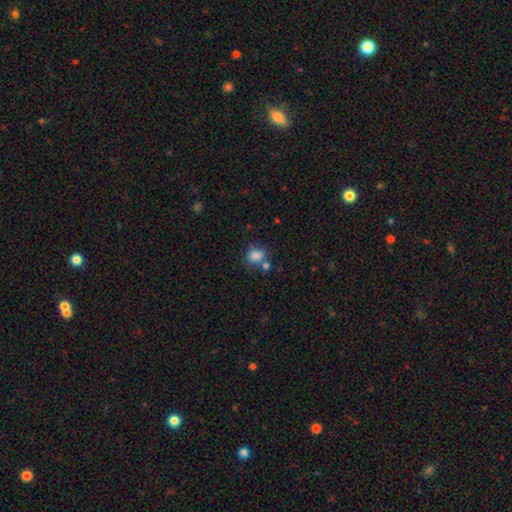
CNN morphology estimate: Smooth or featured? smooth (82%)
How rounded? round (51%)
Merging? none (58%)